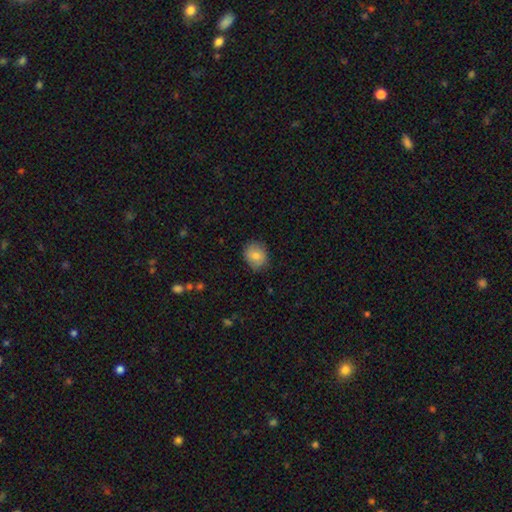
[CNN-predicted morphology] smooth 80%, featured or disk 12%, star or artifact 8%. Down the decision tree: how rounded — round (62%); merging — none (83%).